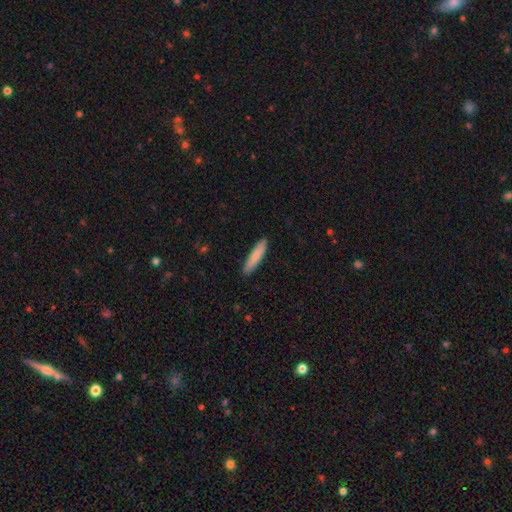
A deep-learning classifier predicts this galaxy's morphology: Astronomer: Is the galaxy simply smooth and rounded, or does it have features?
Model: smooth — 82%.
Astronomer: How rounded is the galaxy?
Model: cigar-shaped — 87%.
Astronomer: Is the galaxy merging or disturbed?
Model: none — 90%.